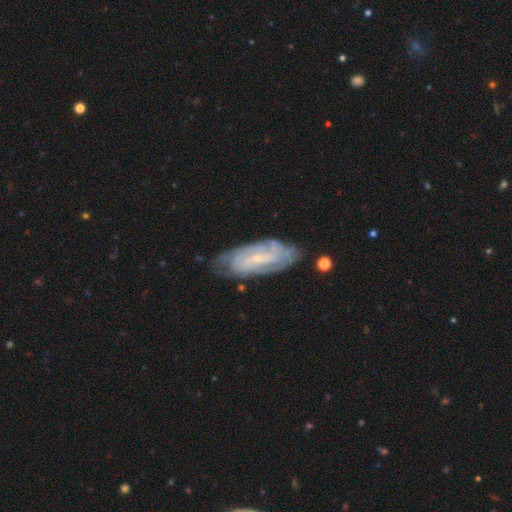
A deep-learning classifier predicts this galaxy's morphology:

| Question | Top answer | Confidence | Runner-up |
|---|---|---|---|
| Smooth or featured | featured or disk | 69% | smooth (20%) |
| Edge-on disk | no | 86% | yes (14%) |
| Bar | weak | 45% | no (37%) |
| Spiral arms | yes | 87% | no (13%) |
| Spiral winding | tight | 62% | medium (28%) |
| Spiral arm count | can't tell | 46% | 2 (30%) |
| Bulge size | small | 70% | moderate (20%) |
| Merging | none | 78% | minor disturbance (15%) |